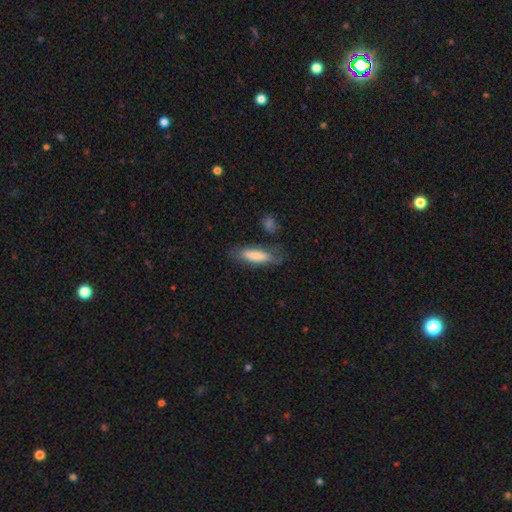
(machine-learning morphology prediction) Smooth or featured? smooth (79%)
How rounded? cigar-shaped (60%)
Merging? none (67%)